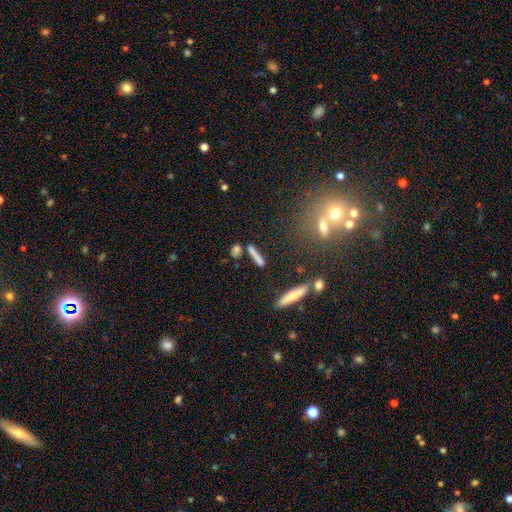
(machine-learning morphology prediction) smooth-or-featured: smooth: 68% | featured or disk: 20% | star or artifact: 11%
  how-rounded: cigar-shaped: 85% | in between: 11% | round: 4%
  merging: none: 68% | merger: 14% | minor disturbance: 13% | major disturbance: 5%